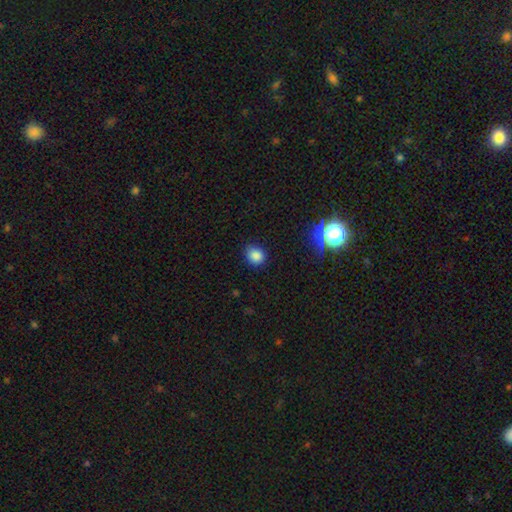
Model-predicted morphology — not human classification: A smooth galaxy with no disk features (83%) that is round (71%). Merging: none (79%).